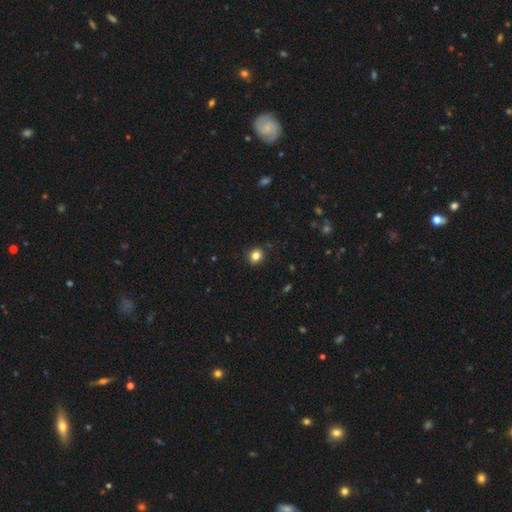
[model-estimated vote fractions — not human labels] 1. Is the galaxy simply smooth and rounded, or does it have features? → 82% smooth, 12% star or artifact, 6% featured or disk.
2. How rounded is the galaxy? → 74% round, 25% in between, 1% cigar-shaped.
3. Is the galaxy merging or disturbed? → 90% none, 7% minor disturbance, 2% major disturbance, 1% merger.